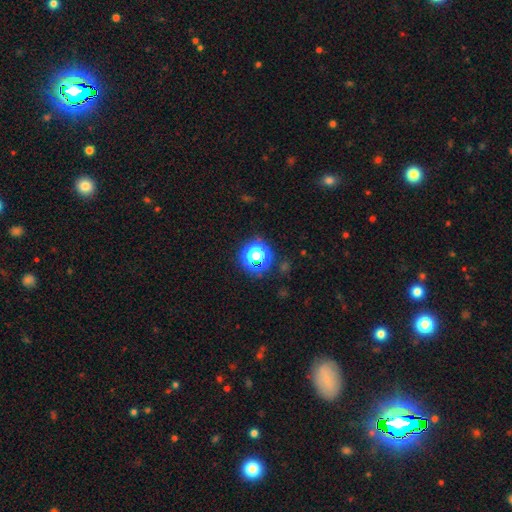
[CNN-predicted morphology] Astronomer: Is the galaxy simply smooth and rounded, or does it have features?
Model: star or artifact — 48% (runner-up: smooth, 43%).